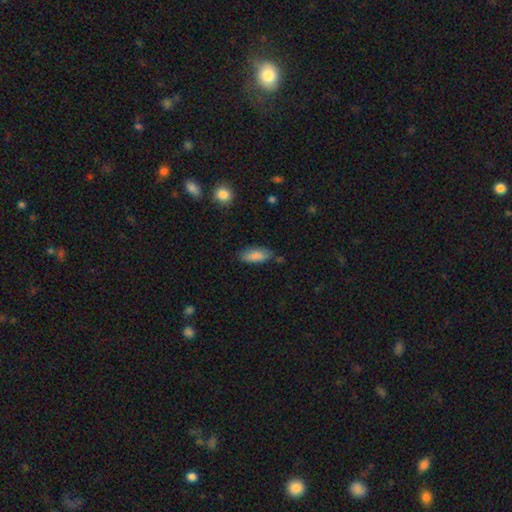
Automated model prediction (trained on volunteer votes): A smooth galaxy with no disk features (85%) that is in between round and cigar-shaped (81%).

Vote fractions:
- Smooth or featured? smooth: 85% / featured or disk: 8% / star or artifact: 7%
- How rounded? in between: 81% / cigar-shaped: 17% / round: 2%
- Merging? none: 75% / minor disturbance: 18% / major disturbance: 4% / merger: 3%